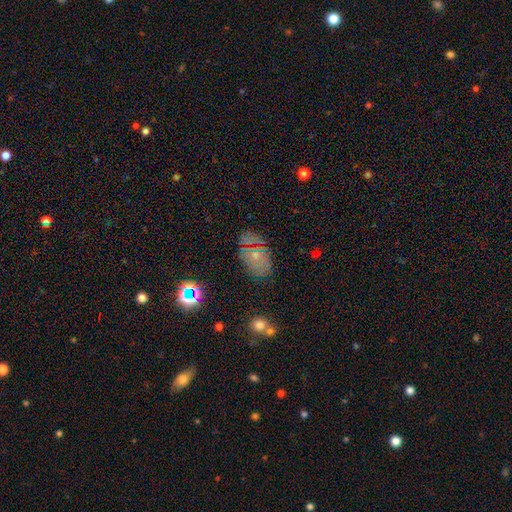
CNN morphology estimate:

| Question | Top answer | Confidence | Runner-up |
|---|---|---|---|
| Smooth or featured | smooth | 43% | featured or disk (38%) |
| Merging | none | 73% | minor disturbance (19%) |